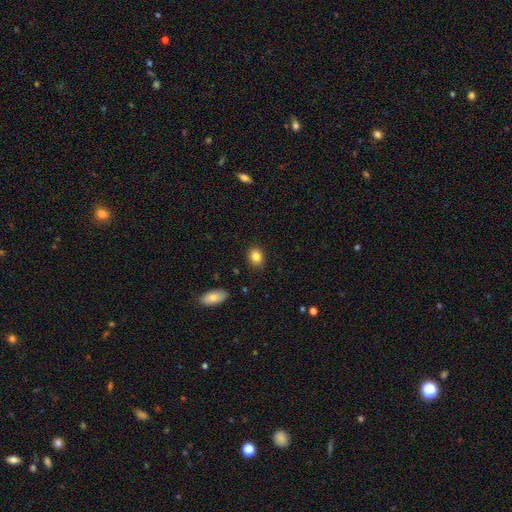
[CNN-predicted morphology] smooth 84%, star or artifact 10%, featured or disk 7%. Down the decision tree: how rounded — round (55%); merging — none (88%).